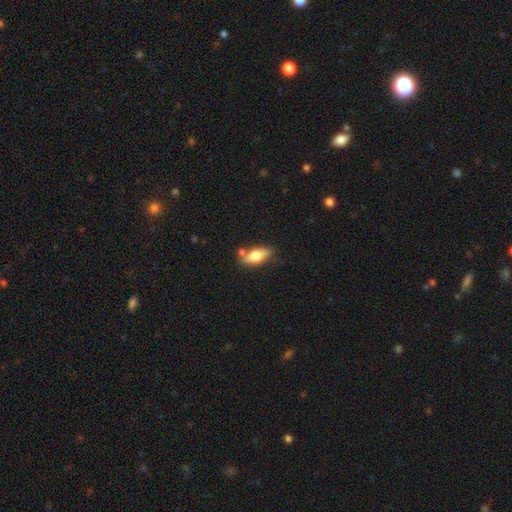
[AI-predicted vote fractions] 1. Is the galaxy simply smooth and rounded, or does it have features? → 70% smooth, 24% featured or disk, 7% star or artifact.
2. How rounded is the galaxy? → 80% in between, 16% cigar-shaped, 4% round.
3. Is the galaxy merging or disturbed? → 57% none, 21% minor disturbance, 16% merger, 6% major disturbance.